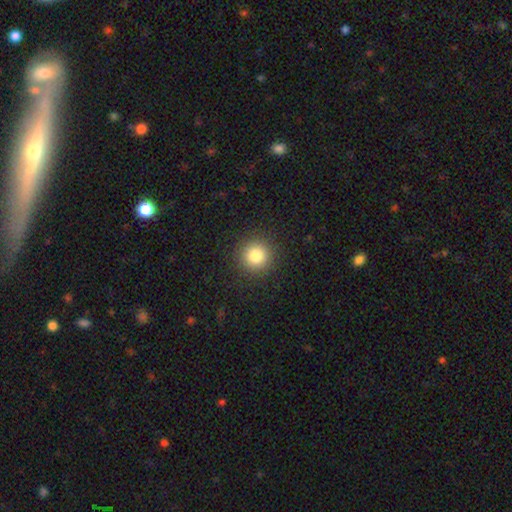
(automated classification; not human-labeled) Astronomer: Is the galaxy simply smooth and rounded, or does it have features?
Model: smooth — 82%.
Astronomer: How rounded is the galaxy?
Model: round — 95%.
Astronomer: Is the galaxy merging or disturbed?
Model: none — 91%.